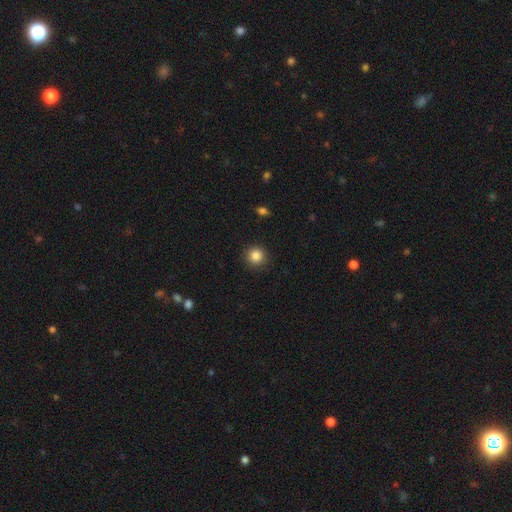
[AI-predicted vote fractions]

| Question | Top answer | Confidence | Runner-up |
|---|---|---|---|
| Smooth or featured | smooth | 85% | star or artifact (10%) |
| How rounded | round | 93% | in between (6%) |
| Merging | none | 89% | minor disturbance (7%) |